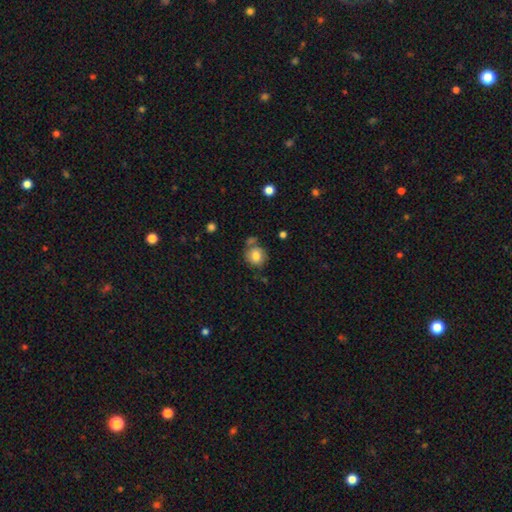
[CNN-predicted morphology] This is clearly a smooth galaxy (81%). How rounded: clearly round (83%). Merging: likely none (65%).